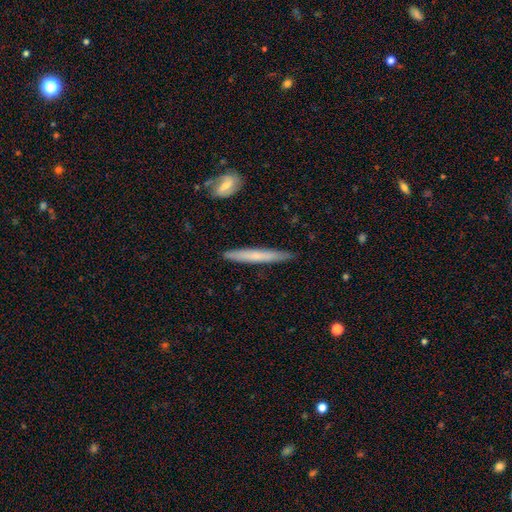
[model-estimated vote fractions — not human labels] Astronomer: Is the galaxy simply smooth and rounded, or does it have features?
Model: smooth — 58% (runner-up: featured or disk, 37%).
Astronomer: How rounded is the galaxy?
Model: cigar-shaped — 96%.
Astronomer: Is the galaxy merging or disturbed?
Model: none — 88%.